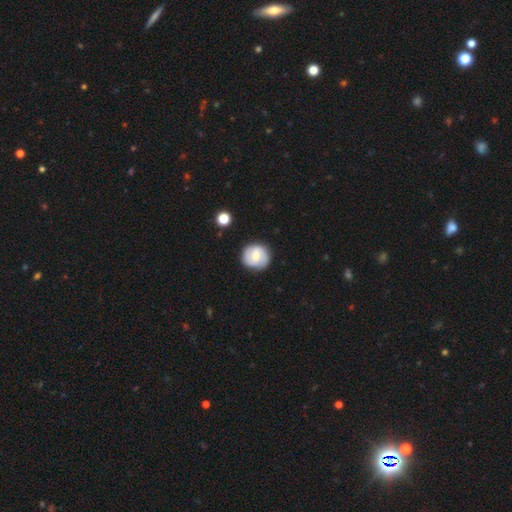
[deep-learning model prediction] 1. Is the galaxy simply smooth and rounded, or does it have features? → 50% smooth, 43% featured or disk, 7% star or artifact.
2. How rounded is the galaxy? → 90% round, 9% in between, 1% cigar-shaped.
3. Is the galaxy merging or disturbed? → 85% none, 10% minor disturbance, 3% major disturbance, 1% merger.